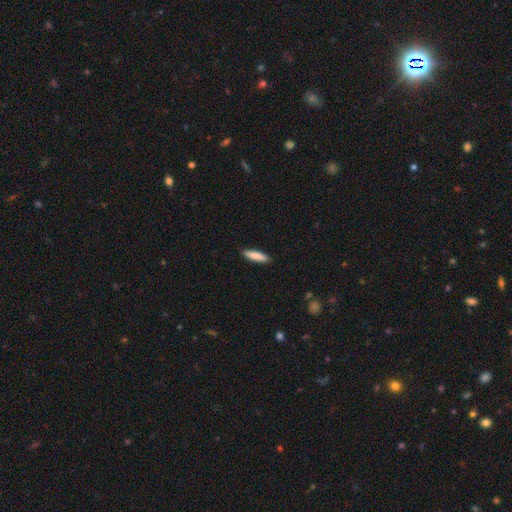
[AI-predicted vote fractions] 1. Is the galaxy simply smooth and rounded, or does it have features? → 85% smooth, 10% featured or disk, 5% star or artifact.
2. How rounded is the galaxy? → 70% cigar-shaped, 29% in between, 1% round.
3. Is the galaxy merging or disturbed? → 89% none, 8% minor disturbance, 2% major disturbance, 1% merger.